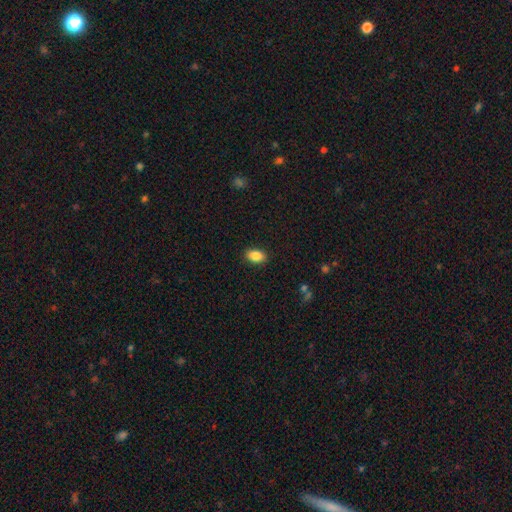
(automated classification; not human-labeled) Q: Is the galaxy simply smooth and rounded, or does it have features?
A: smooth — 87%.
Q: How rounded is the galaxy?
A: in between — 89%.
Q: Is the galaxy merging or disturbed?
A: none — 89%.